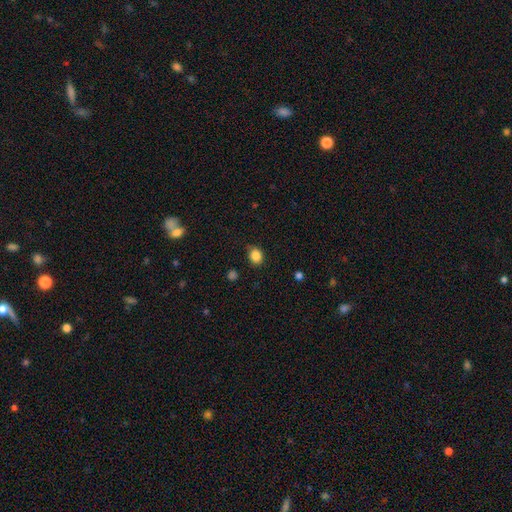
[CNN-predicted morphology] Smooth or featured: smooth — 85% (star or artifact — 11%)
How rounded: round — 63% (in between — 36%)
Merging: none — 79% (minor disturbance — 16%)